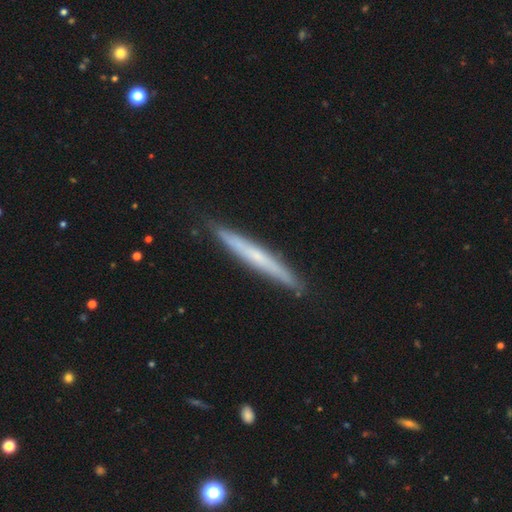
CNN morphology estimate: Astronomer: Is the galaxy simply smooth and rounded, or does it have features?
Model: featured or disk — 54% (runner-up: smooth, 40%).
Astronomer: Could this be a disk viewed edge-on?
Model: yes — 94%.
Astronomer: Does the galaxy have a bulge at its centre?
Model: none — 68%.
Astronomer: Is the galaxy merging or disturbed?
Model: none — 88%.